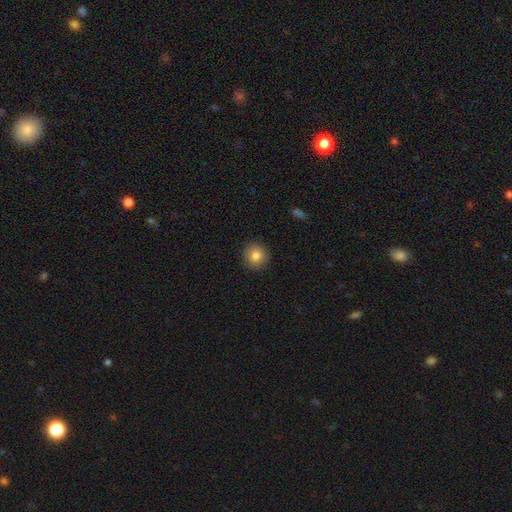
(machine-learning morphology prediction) Smooth or featured? Predicted: smooth (p=0.83). How rounded? Predicted: round (p=0.93). Merging? Predicted: none (p=0.92).